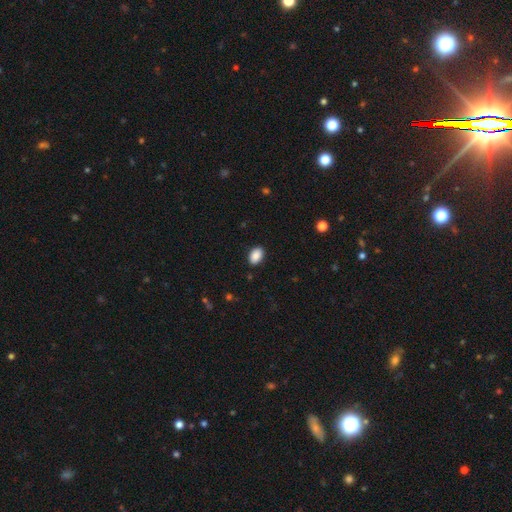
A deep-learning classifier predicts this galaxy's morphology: A smooth galaxy with no disk features (89%) that is in between round and cigar-shaped (88%). Merging: none (89%).